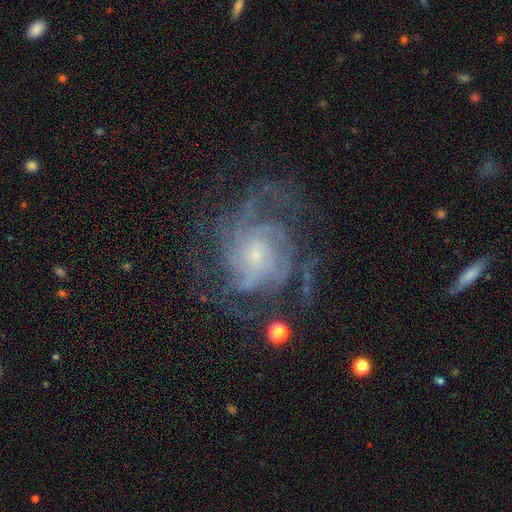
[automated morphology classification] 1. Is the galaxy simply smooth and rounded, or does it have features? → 87% featured or disk, 7% star or artifact, 6% smooth.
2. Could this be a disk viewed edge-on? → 97% no, 3% yes.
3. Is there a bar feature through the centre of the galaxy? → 71% no, 24% weak, 5% strong.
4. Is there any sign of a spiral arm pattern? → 95% yes, 5% no.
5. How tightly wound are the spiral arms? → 55% tight, 35% medium, 10% loose.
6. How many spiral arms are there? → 28% can't tell, 23% 4, 19% 3, 13% 2, 9% more than 4, 7% 1.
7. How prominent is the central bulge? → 75% small, 16% moderate, 5% none, 3% large, 1% dominant.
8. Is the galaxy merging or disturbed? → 65% none, 17% minor disturbance, 16% major disturbance, 2% merger.